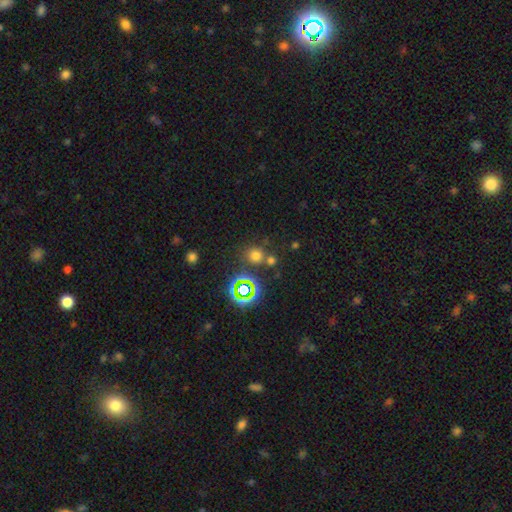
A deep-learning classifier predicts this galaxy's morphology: smooth-or-featured: smooth: 63% | star or artifact: 30% | featured or disk: 7%
  how-rounded: round: 89% | in between: 10% | cigar-shaped: 1%
  merging: none: 71% | merger: 16% | minor disturbance: 9% | major disturbance: 4%